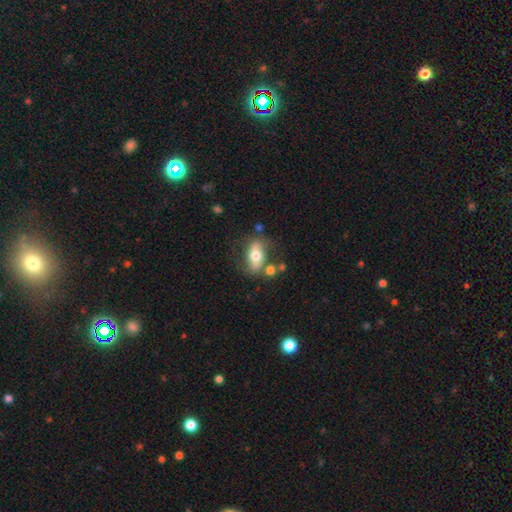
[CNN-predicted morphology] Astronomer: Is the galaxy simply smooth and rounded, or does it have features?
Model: smooth — 53% (runner-up: featured or disk, 40%).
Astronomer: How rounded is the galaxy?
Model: in between — 80%.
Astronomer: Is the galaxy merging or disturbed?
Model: none — 61%.